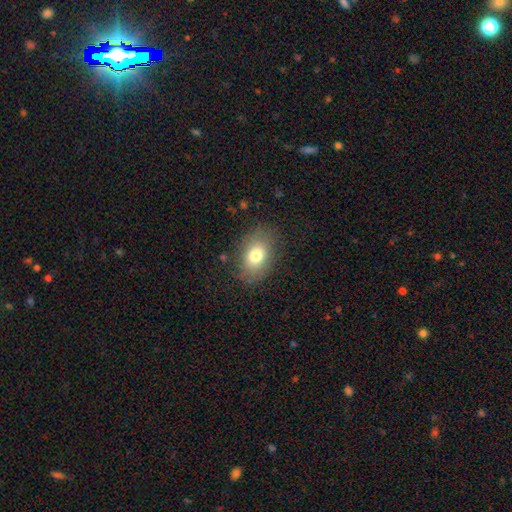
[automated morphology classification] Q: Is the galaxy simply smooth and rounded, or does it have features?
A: smooth — 76%.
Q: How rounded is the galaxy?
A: in between — 81%.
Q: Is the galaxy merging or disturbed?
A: none — 82%.